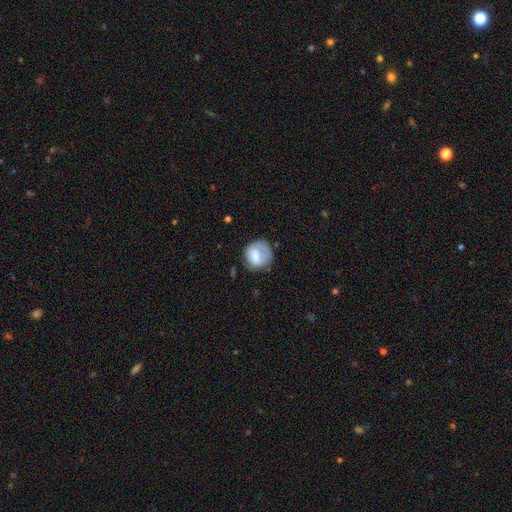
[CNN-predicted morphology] Q: Smooth or featured?
A: smooth (68%); runner-up: featured or disk (24%)
Q: How rounded?
A: round (78%); runner-up: in between (21%)
Q: Merging?
A: none (54%); runner-up: minor disturbance (26%)